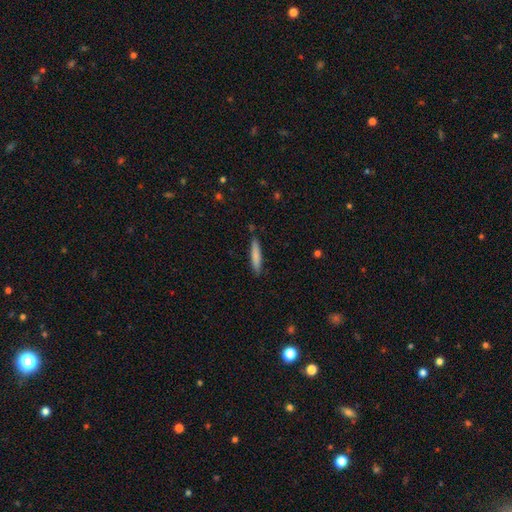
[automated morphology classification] Smooth or featured? smooth (80%)
How rounded? cigar-shaped (89%)
Merging? none (86%)